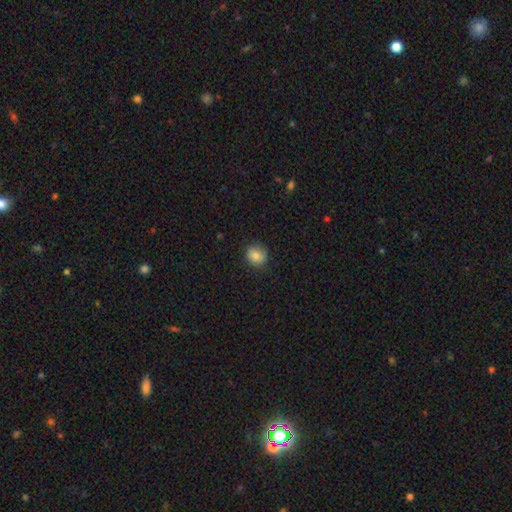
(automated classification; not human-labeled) A smooth galaxy with no disk features (85%) that is round (85%). Merging: none (85%).